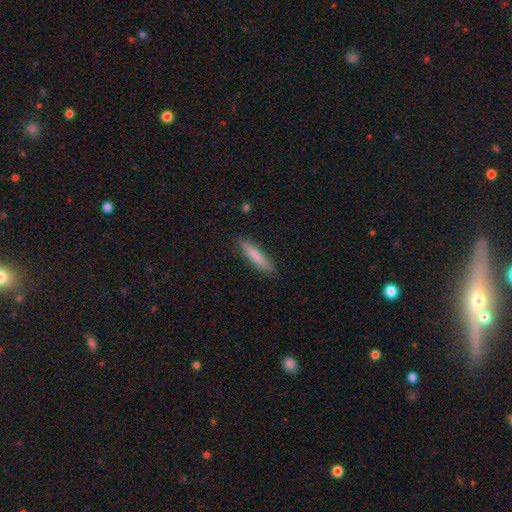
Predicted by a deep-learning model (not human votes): Smooth or featured? Predicted: smooth (p=0.80). How rounded? Predicted: cigar-shaped (p=0.88). Merging? Predicted: none (p=0.87).